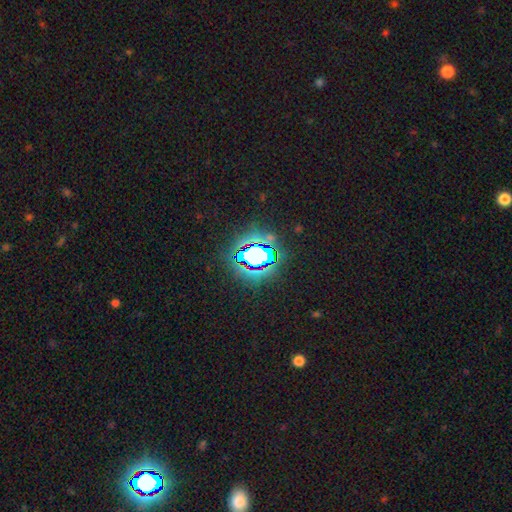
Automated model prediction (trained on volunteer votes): This appears to be a star or artifact, not a galaxy (69%).